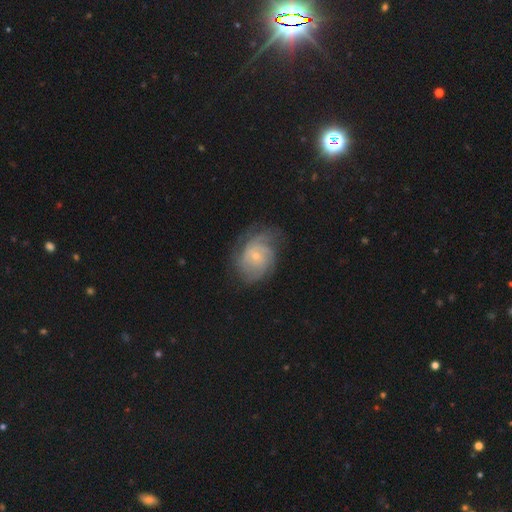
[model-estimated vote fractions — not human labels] Morphology: type=featured or disk (78%); edge-on=no (97%); bar=no (69%); spiral arms=yes (93%); winding=tight (61%); arm count=can't tell (39%); bulge=small (71%); merging=none (65%).